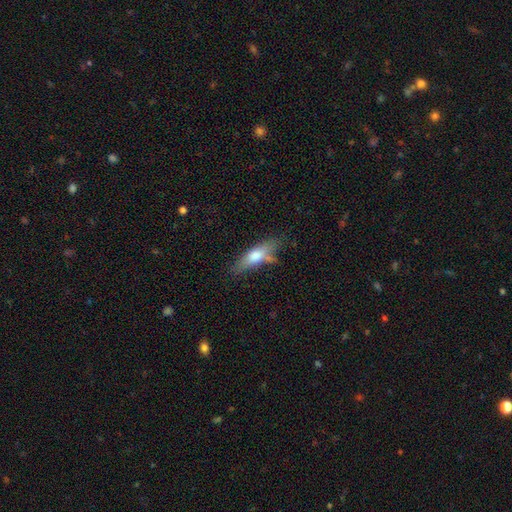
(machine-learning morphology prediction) Smooth or featured?
  - smooth: 61% *
  - featured or disk: 32%
  - star or artifact: 7%
How rounded?
  - cigar-shaped: 53% *
  - in between: 44%
  - round: 3%
Merging?
  - none: 59% *
  - minor disturbance: 24%
  - merger: 9%
  - major disturbance: 8%